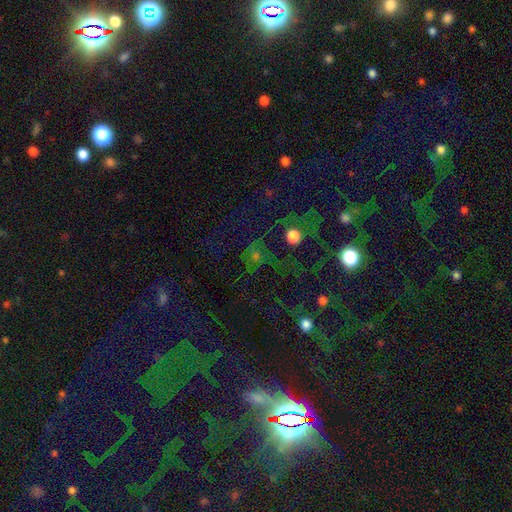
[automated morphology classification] smooth-or-featured: star or artifact: 43% | smooth: 37% | featured or disk: 20%